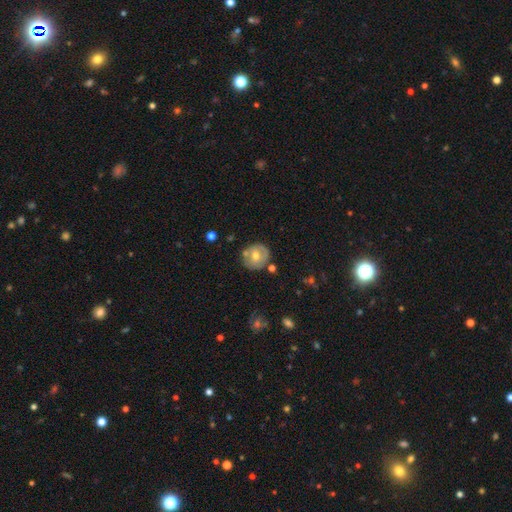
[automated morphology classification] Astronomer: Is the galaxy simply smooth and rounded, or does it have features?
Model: featured or disk — 47% (runner-up: smooth, 45%).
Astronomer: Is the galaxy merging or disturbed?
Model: none — 69%.